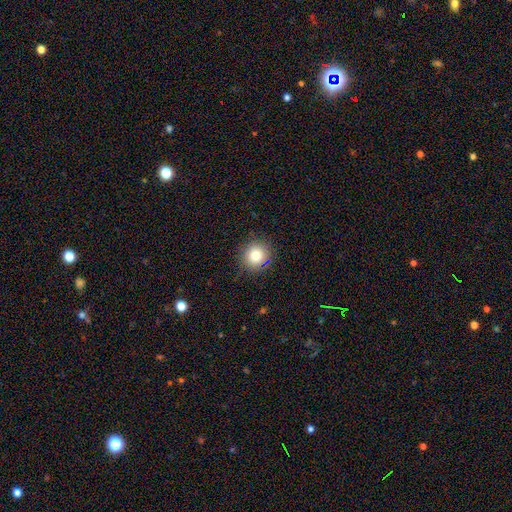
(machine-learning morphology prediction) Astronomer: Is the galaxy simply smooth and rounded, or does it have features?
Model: smooth — 78%.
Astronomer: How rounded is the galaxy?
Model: round — 92%.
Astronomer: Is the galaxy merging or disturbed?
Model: none — 88%.